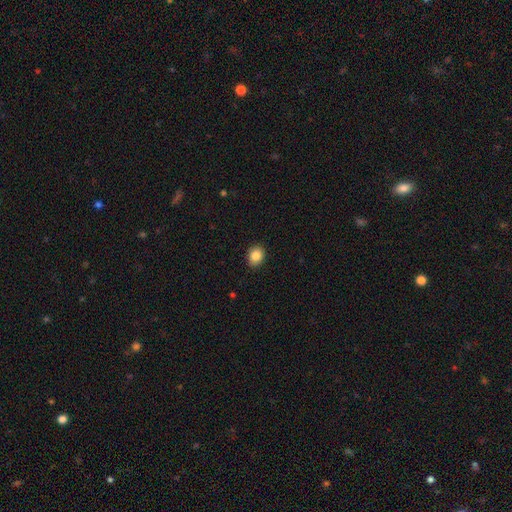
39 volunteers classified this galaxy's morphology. Smooth or featured?
  - smooth: 90% *
  - featured or disk: 8%
  - star or artifact: 3%
How rounded?
  - round: 63% *
  - in between: 37%
  - cigar-shaped: 0%
Merging?
  - none: 74% *
  - minor disturbance: 21%
  - major disturbance: 5%
  - merger: 0%